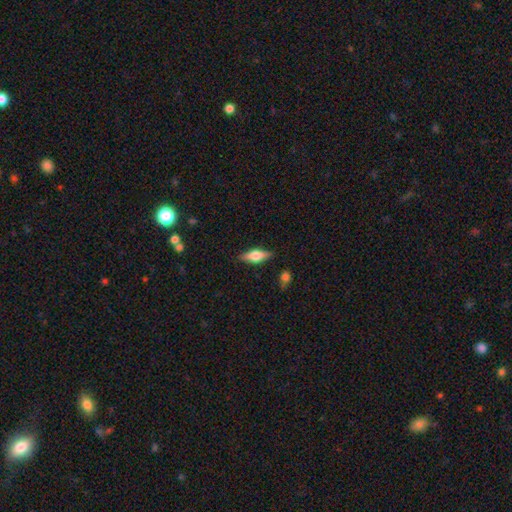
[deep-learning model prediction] This appears to be a featured or disk galaxy (48%). Merging: none (86%).